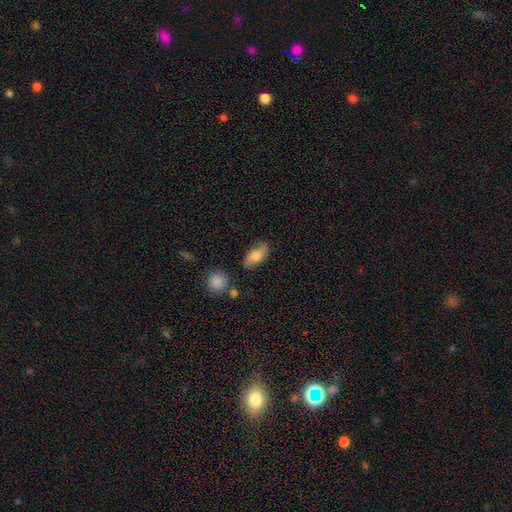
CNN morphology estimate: The model was most divided on "smooth or featured": smooth: 69%, featured or disk: 24%, star or artifact: 7%. More confident: how rounded — in between (88%); merging — none (74%).